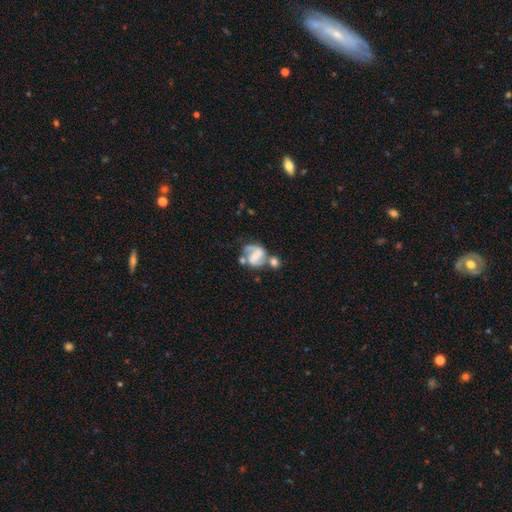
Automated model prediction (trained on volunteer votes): A featured or disk galaxy (77%) with a weak bar (44%), 2 (84%) medium (49%) spiral arms (90%) and a small central bulge (44%).

Vote fractions:
- Smooth or featured? featured or disk: 77% / smooth: 16% / star or artifact: 7%
- Edge-on disk? no: 98% / yes: 2%
- Bar? weak: 44% / strong: 30% / no: 26%
- Spiral arms? yes: 90% / no: 10%
- Spiral winding? medium: 49% / loose: 30% / tight: 21%
- Spiral arm count? 2: 84% / 1: 8% / can't tell: 5% / 3: 1% / 4: 1% / more than 4: 1%
- Bulge size? small: 44% / moderate: 29% / none: 22% / large: 5% / dominant: 2%
- Merging? none: 41% / merger: 30% / minor disturbance: 17% / major disturbance: 12%